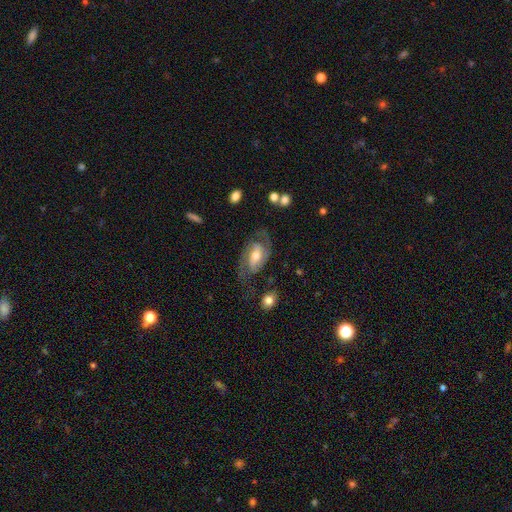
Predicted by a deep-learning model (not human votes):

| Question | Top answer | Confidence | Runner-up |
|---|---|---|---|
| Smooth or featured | featured or disk | 79% | smooth (15%) |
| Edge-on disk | no | 96% | yes (4%) |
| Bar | weak | 42% | no (35%) |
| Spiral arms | yes | 93% | no (7%) |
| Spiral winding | medium | 51% | tight (25%) |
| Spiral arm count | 2 | 85% | can't tell (6%) |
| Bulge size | moderate | 63% | small (26%) |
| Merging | none | 60% | major disturbance (19%) |